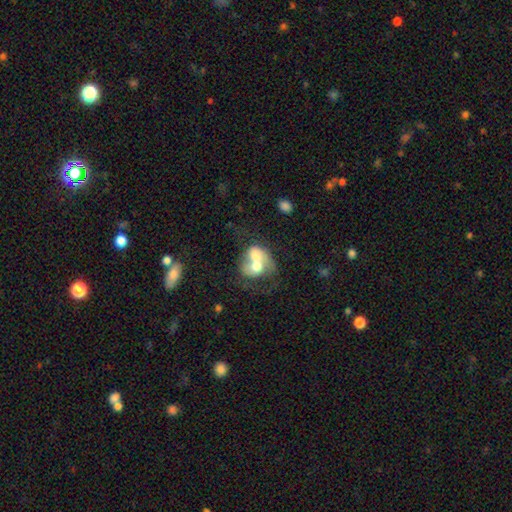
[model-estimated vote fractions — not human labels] Overall: smooth (51%; featured or disk 42%). How rounded: in between (55%; round 44%). Merging: merger (74%).